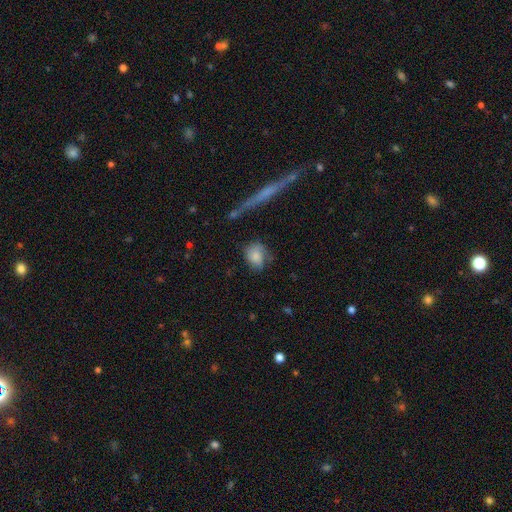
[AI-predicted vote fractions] Smooth or featured? smooth (74%)
How rounded? in between (51%)
Merging? none (51%)